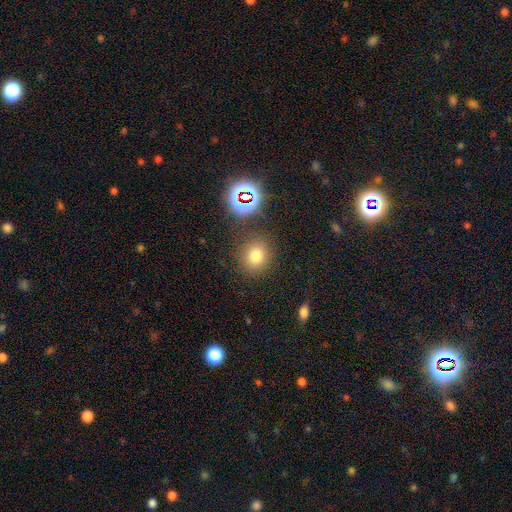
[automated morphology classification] smooth 73%, star or artifact 19%, featured or disk 8%. Down the decision tree: how rounded — round (81%); merging — none (83%).